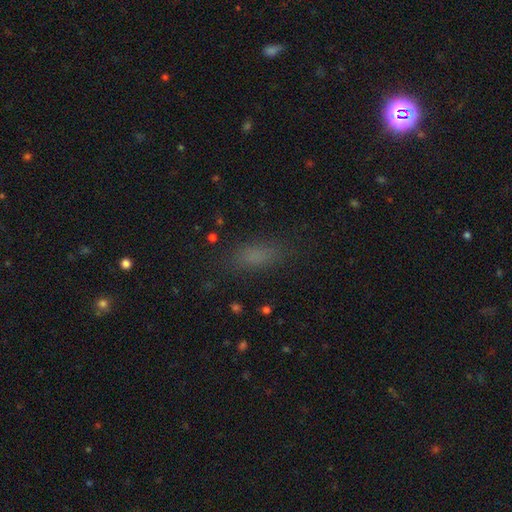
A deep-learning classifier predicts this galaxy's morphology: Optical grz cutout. It shows a smooth galaxy with no disk features (74%) that is in between round and cigar-shaped (67%). Merging: none (79%).